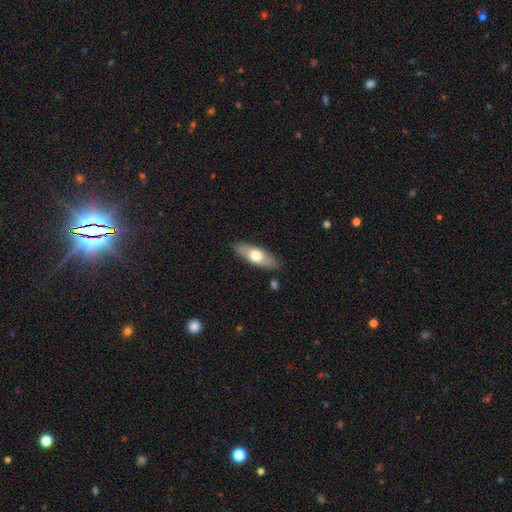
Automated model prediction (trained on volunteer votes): The model was most divided on "smooth or featured": smooth: 58%, featured or disk: 37%, star or artifact: 5%. More confident: merging — none (86%); how rounded — in between (60%).